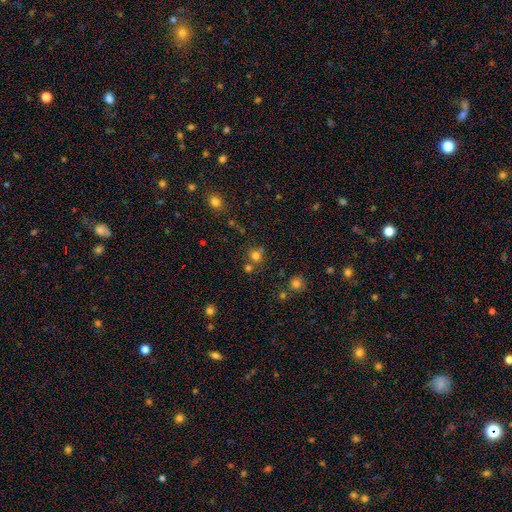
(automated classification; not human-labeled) Smooth or featured: smooth — 72% (star or artifact — 20%)
How rounded: round — 88% (in between — 11%)
Merging: none — 63% (merger — 25%)